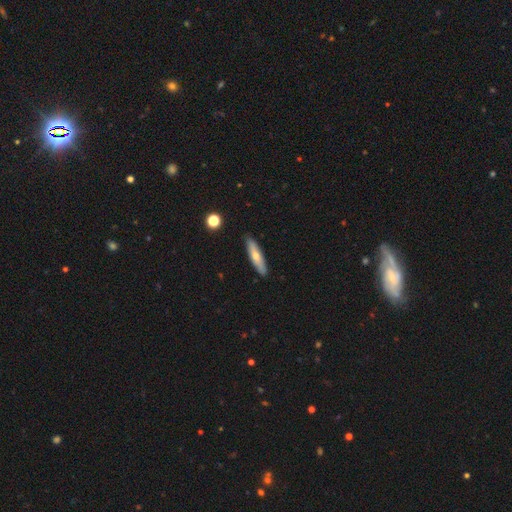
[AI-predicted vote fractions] smooth 55%, featured or disk 38%, star or artifact 7%. Down the decision tree: how rounded — cigar-shaped (79%); merging — none (89%).